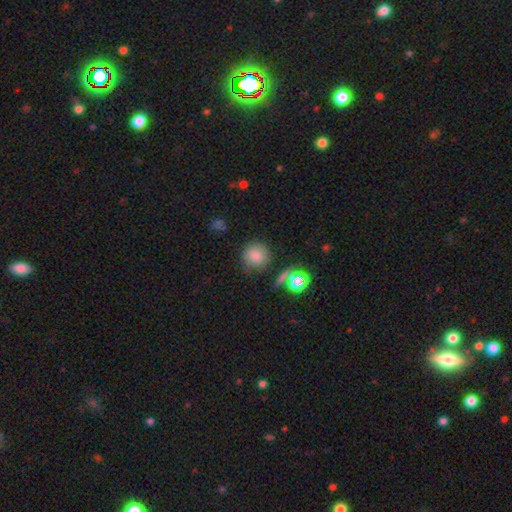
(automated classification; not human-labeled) smooth-or-featured: smooth: 76% | star or artifact: 17% | featured or disk: 7%
  how-rounded: round: 92% | in between: 7% | cigar-shaped: 1%
  merging: none: 81% | minor disturbance: 11% | merger: 4% | major disturbance: 4%